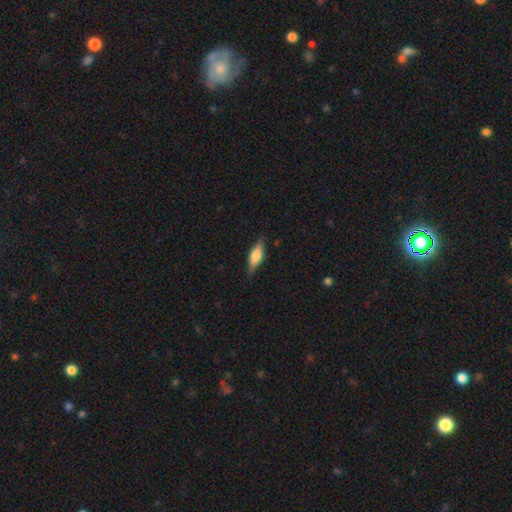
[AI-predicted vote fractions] smooth 53%, featured or disk 40%, star or artifact 7%. Down the decision tree: how rounded — in between (58%); merging — none (81%).